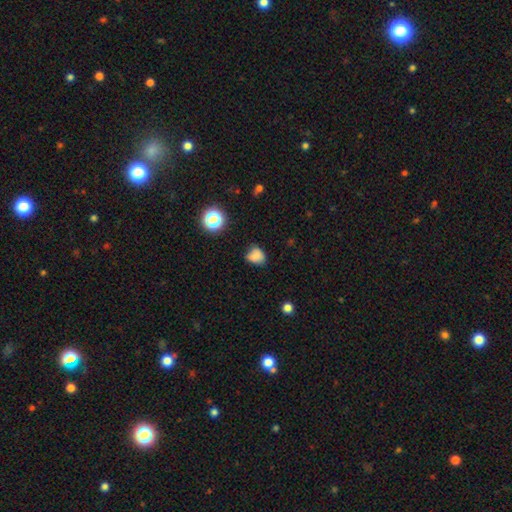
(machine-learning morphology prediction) Q: Smooth or featured?
A: smooth (78%); runner-up: star or artifact (14%)
Q: How rounded?
A: in between (52%); runner-up: round (47%)
Q: Merging?
A: none (58%); runner-up: minor disturbance (30%)